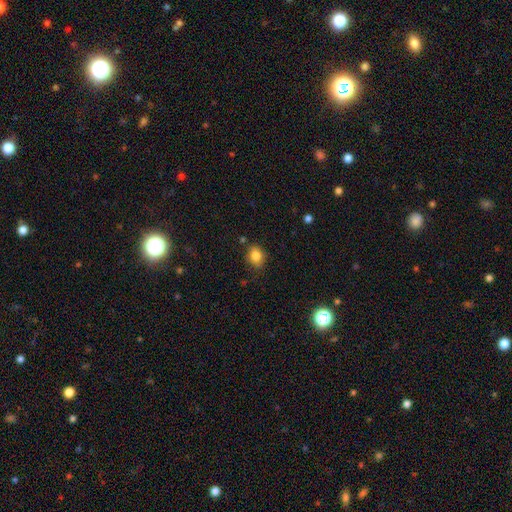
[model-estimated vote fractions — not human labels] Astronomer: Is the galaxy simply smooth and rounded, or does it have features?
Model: smooth — 85%.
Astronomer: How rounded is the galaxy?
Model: in between — 52% (runner-up: round, 47%).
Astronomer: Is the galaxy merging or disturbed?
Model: none — 76%.